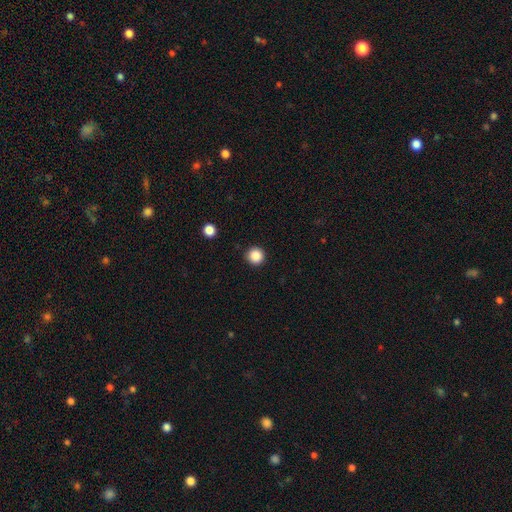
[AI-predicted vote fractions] This appears to be a smooth galaxy with no disk features (87%) that is round (96%). Merging: none (92%).